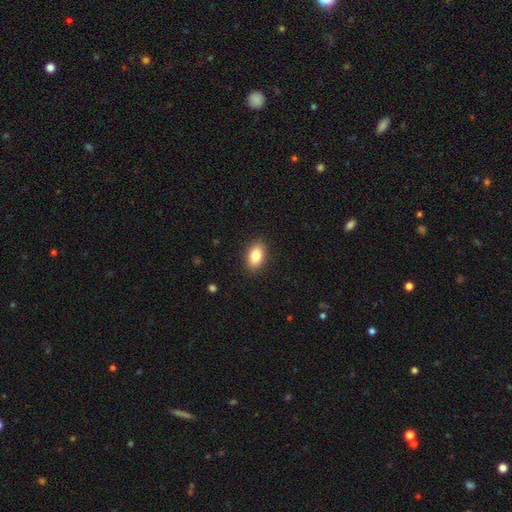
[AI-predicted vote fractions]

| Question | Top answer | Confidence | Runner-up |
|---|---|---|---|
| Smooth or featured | smooth | 85% | star or artifact (8%) |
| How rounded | in between | 89% | round (9%) |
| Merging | none | 89% | minor disturbance (8%) |